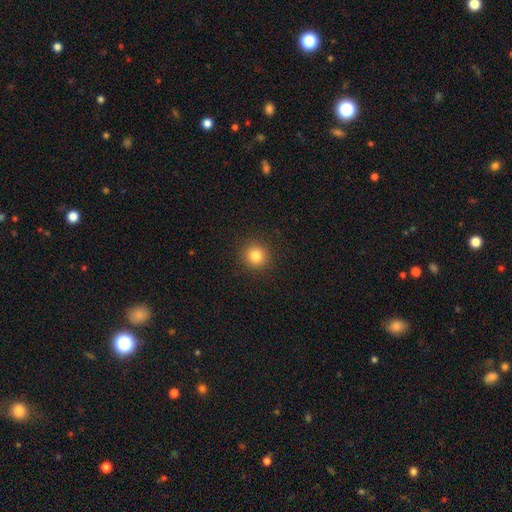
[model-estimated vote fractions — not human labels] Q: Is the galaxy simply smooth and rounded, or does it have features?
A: smooth — 83%.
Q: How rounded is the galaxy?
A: round — 94%.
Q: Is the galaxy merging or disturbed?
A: none — 92%.